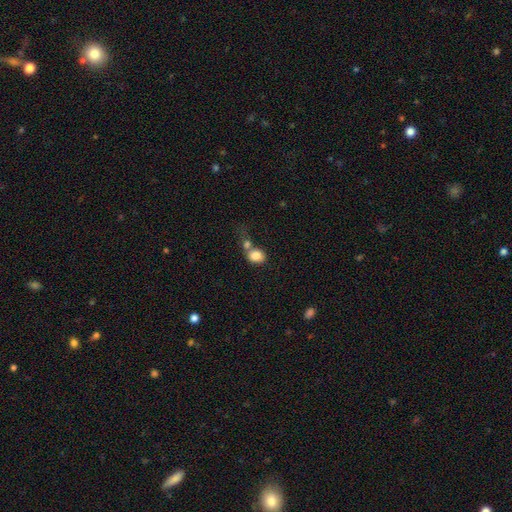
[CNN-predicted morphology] smooth-or-featured: smooth: 83% | star or artifact: 9% | featured or disk: 8%
  how-rounded: round: 53% | in between: 46% | cigar-shaped: 1%
  merging: merger: 46% | none: 37% | minor disturbance: 11% | major disturbance: 7%